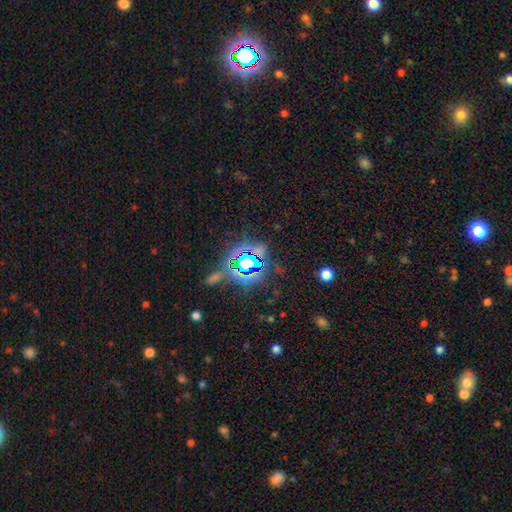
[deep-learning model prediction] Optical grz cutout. It shows a star or artifact, not a galaxy (78%).